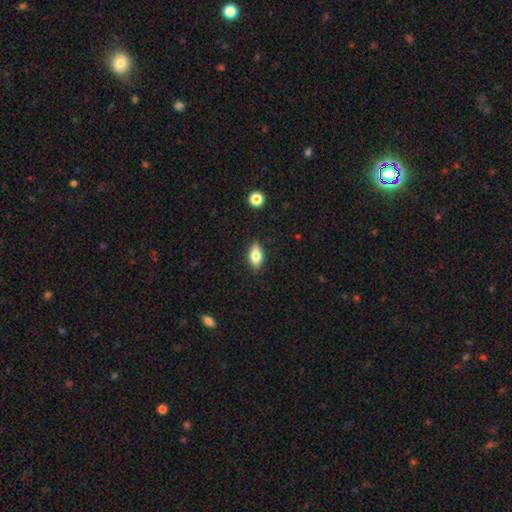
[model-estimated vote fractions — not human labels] Q: Smooth or featured?
A: smooth (72%); runner-up: featured or disk (20%)
Q: How rounded?
A: in between (84%); runner-up: cigar-shaped (10%)
Q: Merging?
A: none (86%); runner-up: minor disturbance (10%)